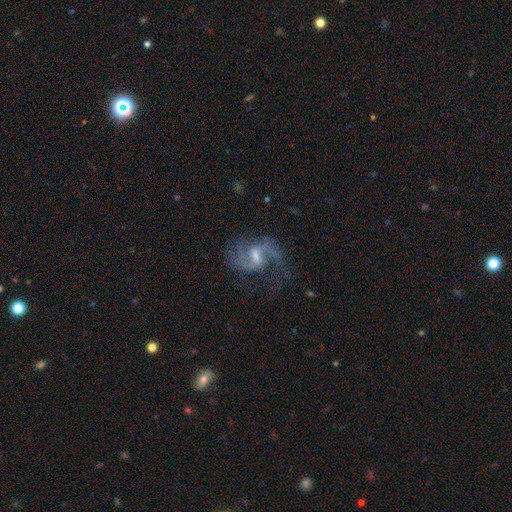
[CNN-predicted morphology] smooth-or-featured: featured or disk: 88% | star or artifact: 7% | smooth: 5%
  disk-edge-on: no: 98% | yes: 2%
    bar: weak: 61% | strong: 20% | no: 19%
    has-spiral-arms: yes: 96% | no: 4%
      spiral-winding: loose: 53% | medium: 40% | tight: 7%
      spiral-arm-count: 2: 86% | 1: 5% | can't tell: 4% | 3: 3% | 4: 1% | more than 4: 1%
    bulge-size: small: 43% | moderate: 42% | none: 11% | large: 4% | dominant: 1%
  merging: none: 62% | minor disturbance: 18% | major disturbance: 17% | merger: 2%